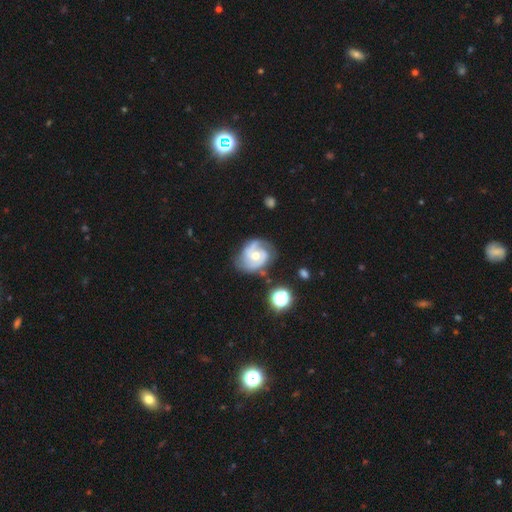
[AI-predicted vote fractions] smooth-or-featured: featured or disk: 83% | smooth: 11% | star or artifact: 6%
  disk-edge-on: no: 98% | yes: 2%
    bar: no: 58% | weak: 33% | strong: 9%
    has-spiral-arms: yes: 94% | no: 6%
      spiral-winding: medium: 45% | tight: 39% | loose: 16%
      spiral-arm-count: 2: 71% | can't tell: 11% | 3: 9% | 1: 6% | 4: 2% | more than 4: 2%
    bulge-size: moderate: 71% | small: 23% | large: 4% | none: 1% | dominant: 1%
  merging: none: 65% | minor disturbance: 23% | major disturbance: 9% | merger: 3%